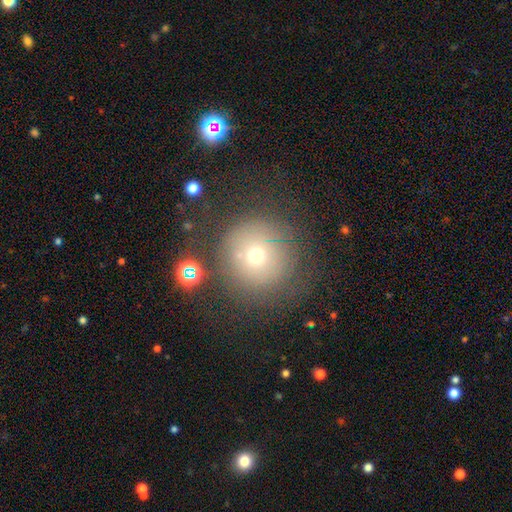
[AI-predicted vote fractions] Smooth or featured?
  - smooth: 63% *
  - featured or disk: 19%
  - star or artifact: 18%
How rounded?
  - round: 95% *
  - in between: 4%
  - cigar-shaped: 1%
Merging?
  - none: 73% *
  - minor disturbance: 13%
  - major disturbance: 10%
  - merger: 4%